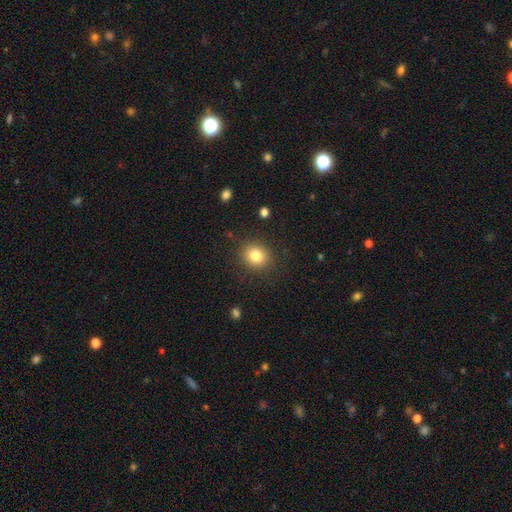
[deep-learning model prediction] Morphology: type=smooth (81%); roundness=round (76%); merging=none (87%).